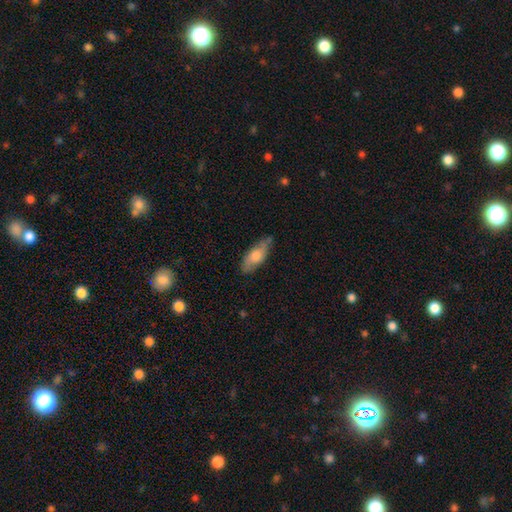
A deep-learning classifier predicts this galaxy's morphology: A smooth galaxy with no disk features (55%) that is in between round and cigar-shaped (66%).

Vote fractions:
- Smooth or featured? smooth: 55% / featured or disk: 38% / star or artifact: 7%
- How rounded? in between: 66% / cigar-shaped: 31% / round: 3%
- Merging? none: 77% / minor disturbance: 18% / major disturbance: 3% / merger: 2%